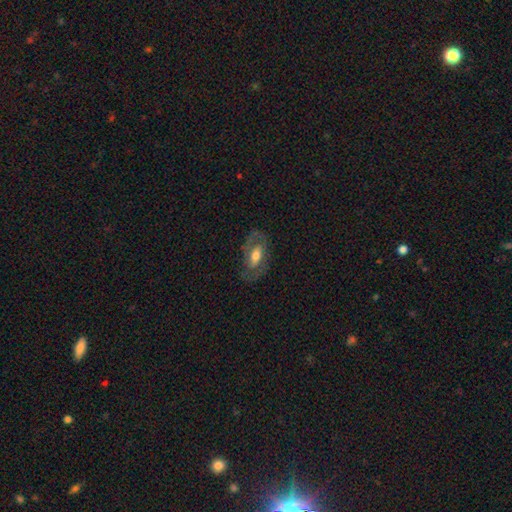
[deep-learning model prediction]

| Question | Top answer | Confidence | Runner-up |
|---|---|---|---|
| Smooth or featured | featured or disk | 60% | smooth (34%) |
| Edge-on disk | no | 90% | yes (10%) |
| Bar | no | 48% | weak (34%) |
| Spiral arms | yes | 62% | no (38%) |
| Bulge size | moderate | 59% | large (21%) |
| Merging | none | 71% | minor disturbance (17%) |